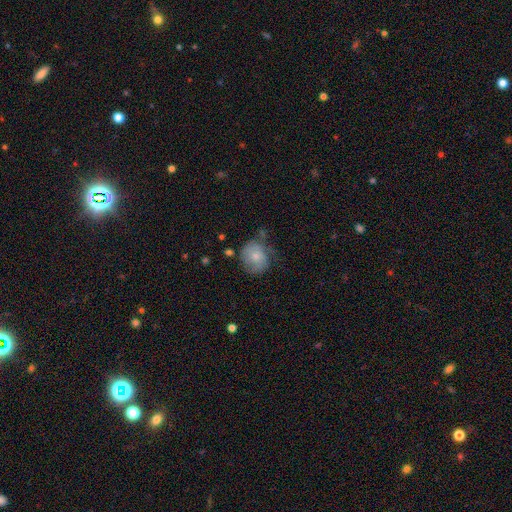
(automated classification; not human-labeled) Smooth or featured?
  - smooth: 64% *
  - featured or disk: 29%
  - star or artifact: 7%
How rounded?
  - round: 72% *
  - in between: 27%
  - cigar-shaped: 1%
Merging?
  - none: 46% *
  - minor disturbance: 32%
  - major disturbance: 16%
  - merger: 6%